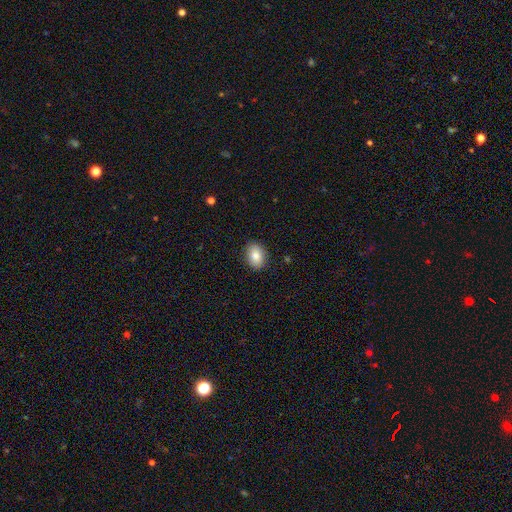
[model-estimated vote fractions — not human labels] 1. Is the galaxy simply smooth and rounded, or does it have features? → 84% smooth, 9% featured or disk, 8% star or artifact.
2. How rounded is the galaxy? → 77% in between, 22% round, 1% cigar-shaped.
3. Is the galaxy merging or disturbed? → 89% none, 9% minor disturbance, 2% major disturbance, 1% merger.